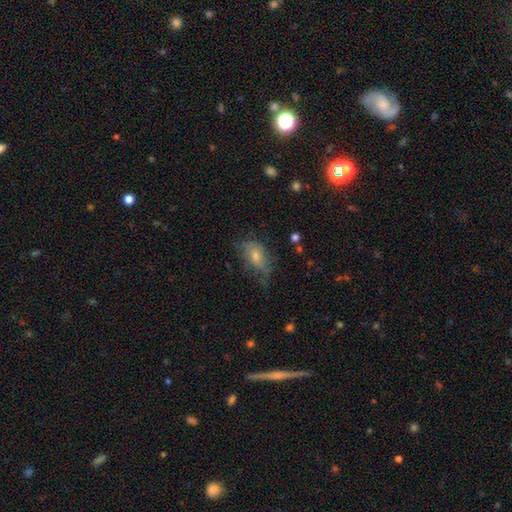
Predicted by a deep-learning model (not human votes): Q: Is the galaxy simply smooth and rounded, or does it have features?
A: smooth — 42%.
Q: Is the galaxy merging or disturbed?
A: none — 49%.